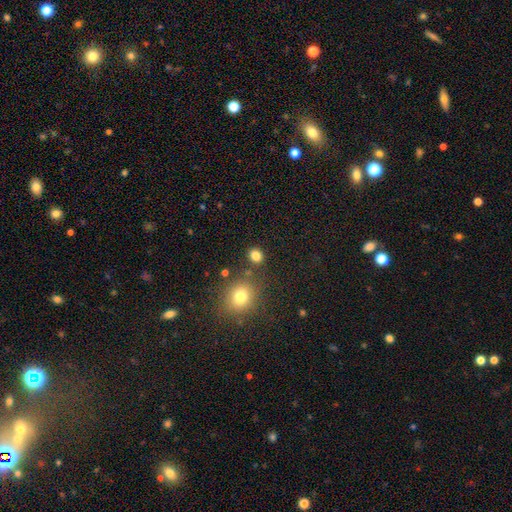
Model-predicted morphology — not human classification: This appears to be a smooth galaxy with no disk features (81%) that is round (67%). Merging: none (80%).